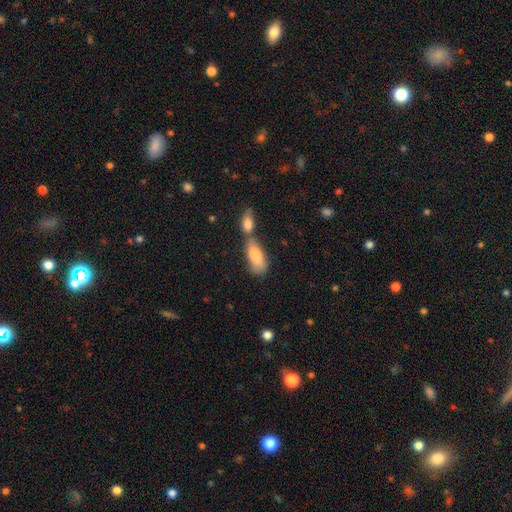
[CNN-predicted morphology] This appears to be a smooth galaxy with no disk features (81%) that is in between round and cigar-shaped (82%). Merging: merger (48%).